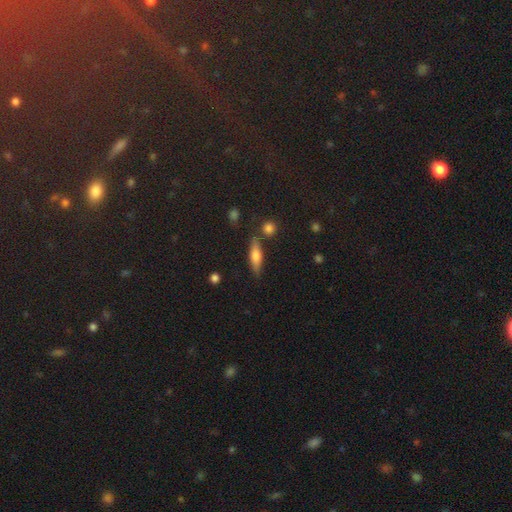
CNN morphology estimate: This is possibly a smooth galaxy (59%). How rounded: possibly cigar-shaped (59%). Merging: likely none (78%).